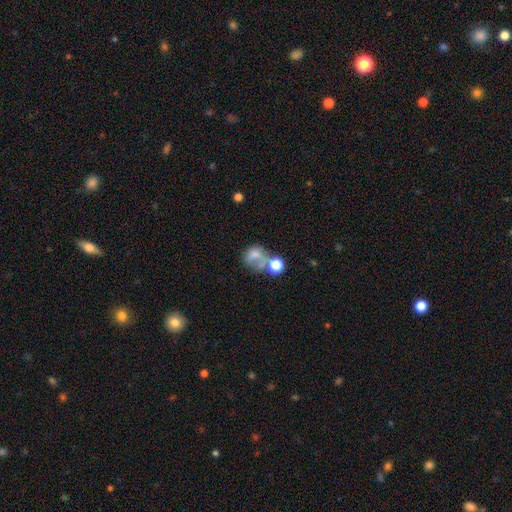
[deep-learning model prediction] A smooth galaxy with no disk features (59%) that is round (58%). Merging: merger (37%).